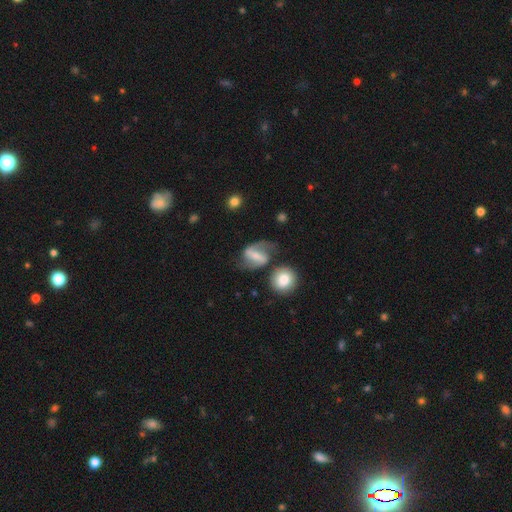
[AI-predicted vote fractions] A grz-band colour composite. It shows a featured or disk galaxy (71%) with a strong bar (64%), 2 (88%) loose (46%) spiral arms (87%) and a small central bulge (39%). Merging: none (60%).